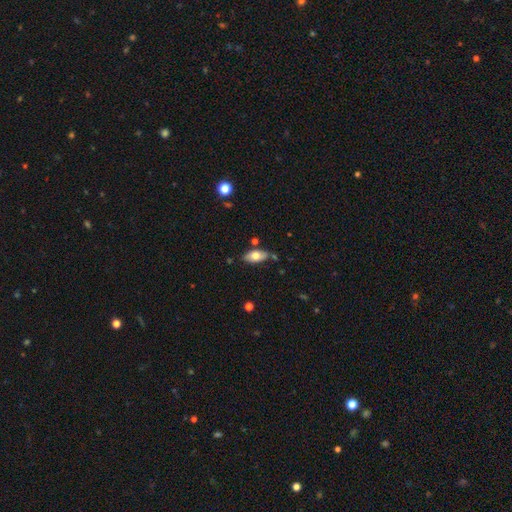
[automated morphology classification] Smooth or featured? Predicted: smooth (p=0.71). How rounded? Predicted: in between (p=0.90). Merging? Predicted: none (p=0.73).